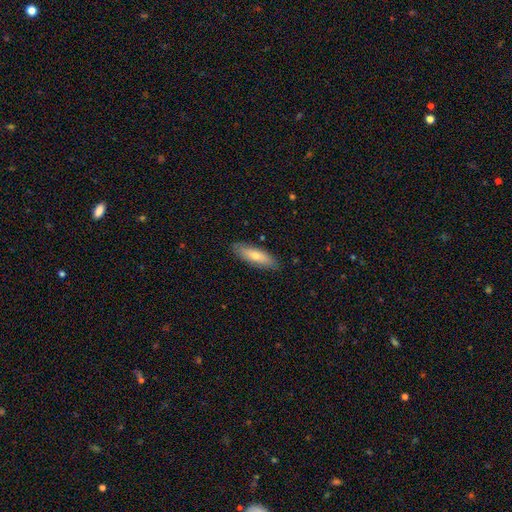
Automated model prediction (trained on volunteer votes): smooth 67%, featured or disk 27%, star or artifact 6%. Down the decision tree: how rounded — cigar-shaped (49%, tied with in between); merging — none (86%).